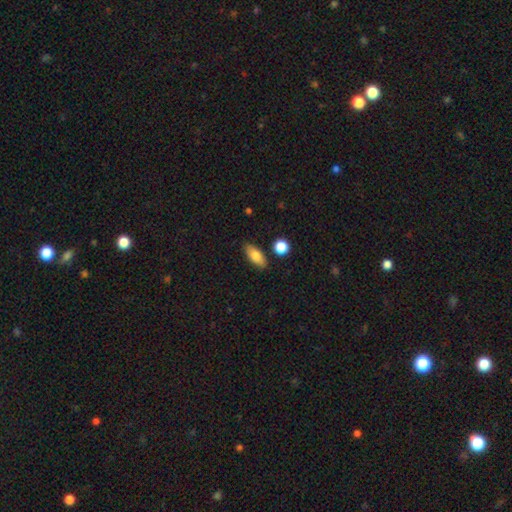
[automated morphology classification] A smooth galaxy with no disk features (78%) that is in between round and cigar-shaped (82%).

Vote fractions:
- Smooth or featured? smooth: 78% / featured or disk: 15% / star or artifact: 7%
- How rounded? in between: 82% / cigar-shaped: 14% / round: 5%
- Merging? none: 84% / minor disturbance: 11% / merger: 3% / major disturbance: 2%